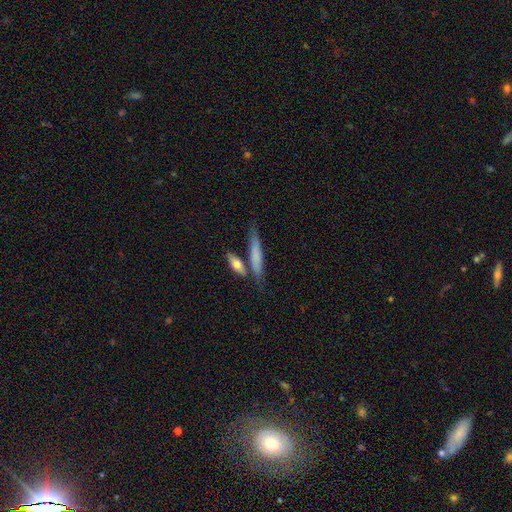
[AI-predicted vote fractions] Smooth or featured? smooth (65%)
How rounded? cigar-shaped (84%)
Merging? none (65%)